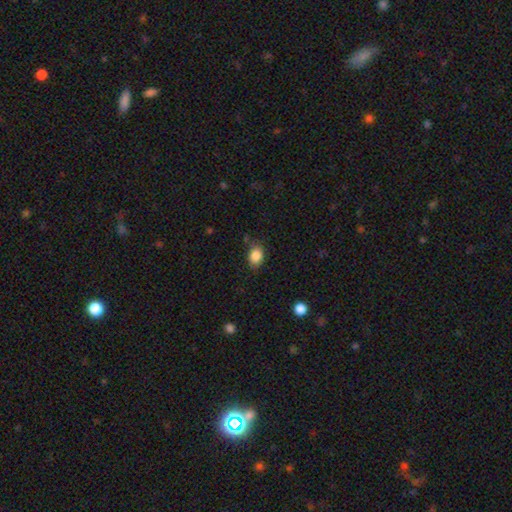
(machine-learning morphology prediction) This is clearly a smooth galaxy (86%). How rounded: likely in between (73%). Merging: likely none (76%).